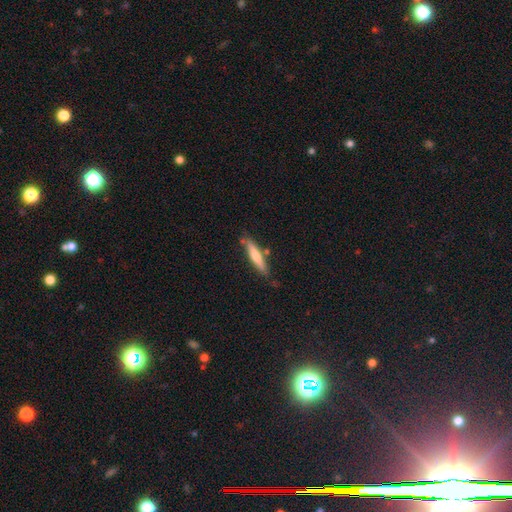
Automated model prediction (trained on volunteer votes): The model was most divided on "smooth or featured": smooth: 60%, featured or disk: 35%, star or artifact: 6%. More confident: how rounded — cigar-shaped (89%); merging — none (78%).